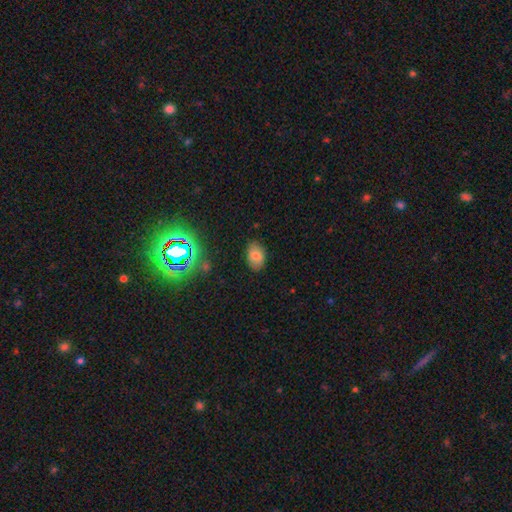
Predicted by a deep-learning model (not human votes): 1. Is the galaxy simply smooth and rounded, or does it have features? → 77% smooth, 12% star or artifact, 12% featured or disk.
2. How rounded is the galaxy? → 86% in between, 12% round, 1% cigar-shaped.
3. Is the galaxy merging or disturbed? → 84% none, 12% minor disturbance, 3% major disturbance, 1% merger.